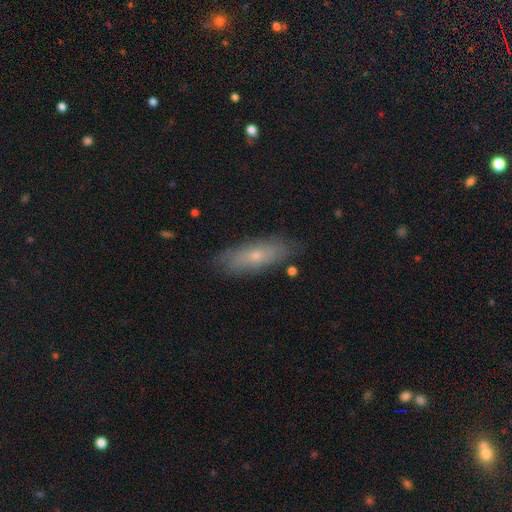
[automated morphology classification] Overall: smooth (57%; featured or disk 35%). How rounded: in between (54%; cigar-shaped 43%). Merging: none (81%).